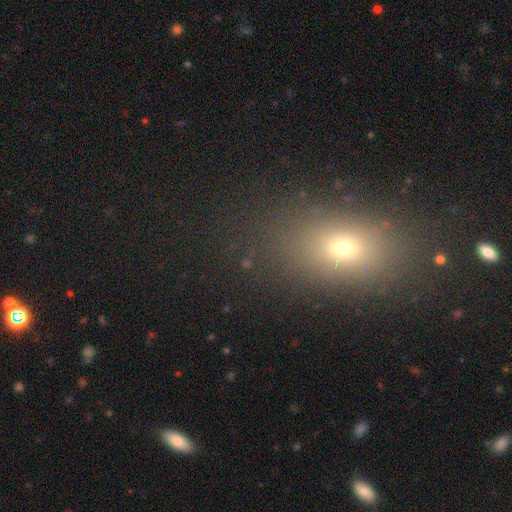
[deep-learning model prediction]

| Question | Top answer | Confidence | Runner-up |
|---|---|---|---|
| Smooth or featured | smooth | 61% | star or artifact (26%) |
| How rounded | in between | 70% | round (25%) |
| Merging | none | 84% | minor disturbance (9%) |